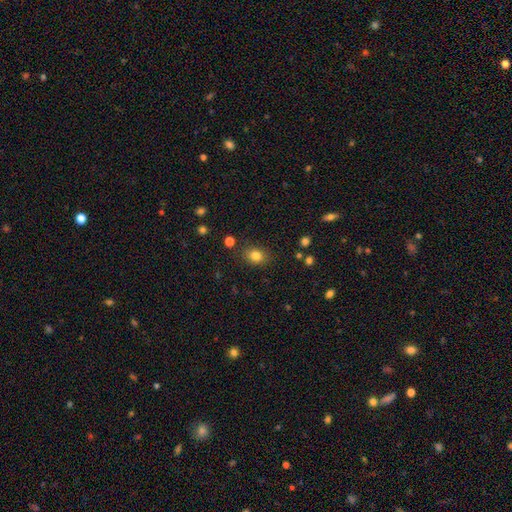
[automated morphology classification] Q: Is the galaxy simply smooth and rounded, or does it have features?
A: smooth — 82%.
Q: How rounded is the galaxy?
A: in between — 51%.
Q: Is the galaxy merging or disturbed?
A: none — 82%.